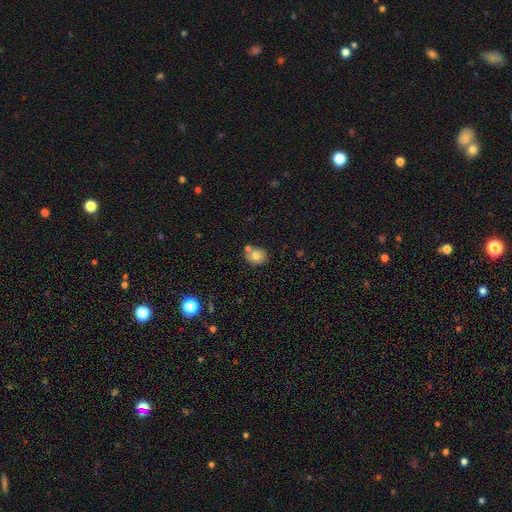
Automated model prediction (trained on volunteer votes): Morphology: type=smooth (76%); roundness=round (70%); merging=none (60%).